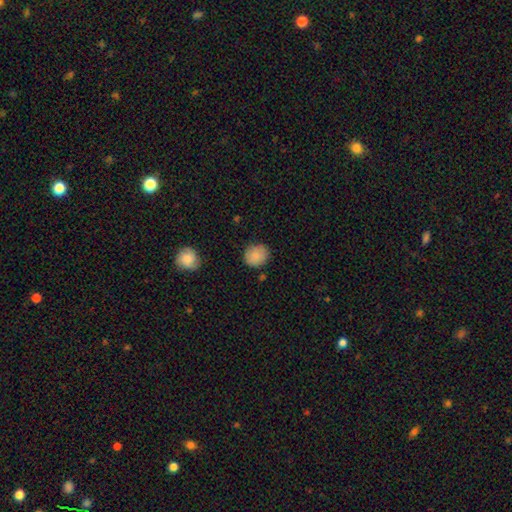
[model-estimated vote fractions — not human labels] Morphology: type=smooth (87%); roundness=round (75%); merging=none (83%).